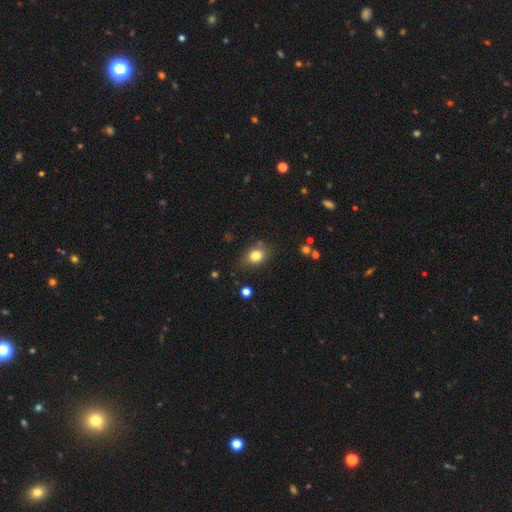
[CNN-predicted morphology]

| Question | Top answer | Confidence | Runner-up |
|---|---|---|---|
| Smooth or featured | smooth | 81% | star or artifact (11%) |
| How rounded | in between | 51% | round (47%) |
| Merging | none | 75% | minor disturbance (17%) |